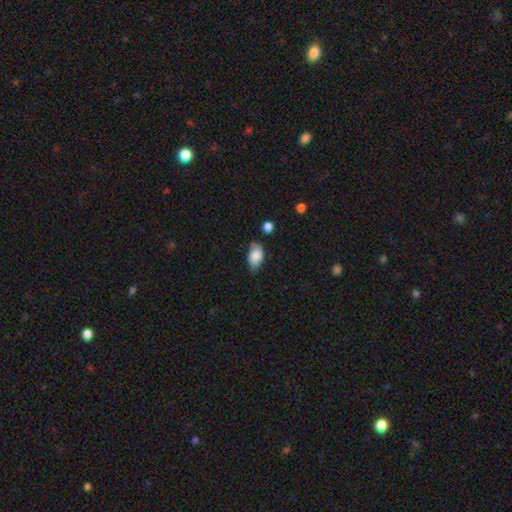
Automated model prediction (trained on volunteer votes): Overall: smooth (80%). How rounded: in between (91%). Merging: none (54%; minor disturbance 34%).